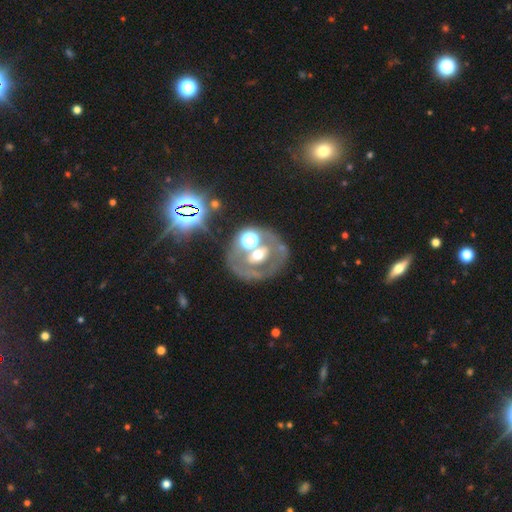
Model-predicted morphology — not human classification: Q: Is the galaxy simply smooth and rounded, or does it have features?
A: featured or disk — 59%.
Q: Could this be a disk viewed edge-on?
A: no — 94%.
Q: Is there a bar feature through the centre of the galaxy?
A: no — 60%.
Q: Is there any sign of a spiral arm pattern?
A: no — 75%.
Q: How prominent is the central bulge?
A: moderate — 64%.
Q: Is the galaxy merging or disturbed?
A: none — 61%.